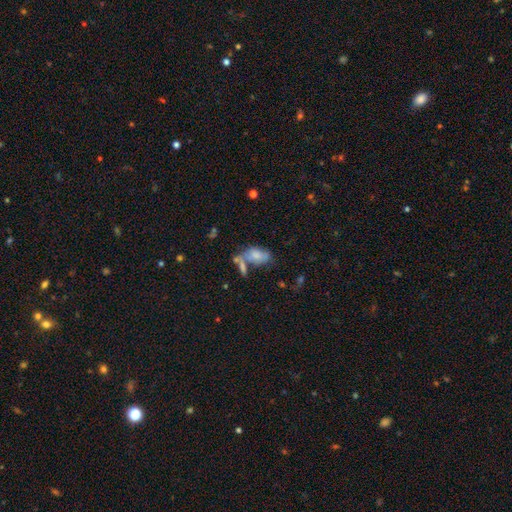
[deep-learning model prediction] A smooth galaxy with no disk features (69%) that is in between round and cigar-shaped (90%). Merging: none (33%, tied with merger).